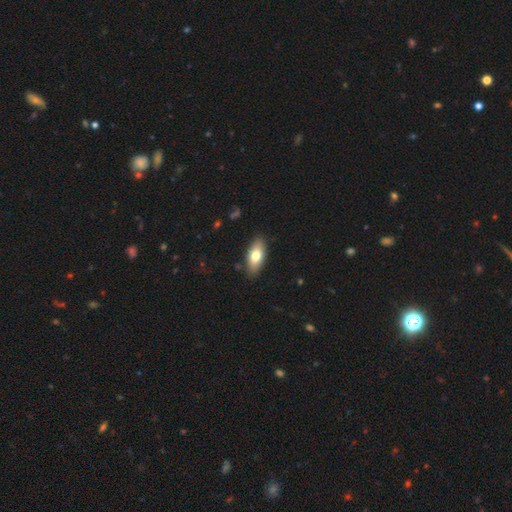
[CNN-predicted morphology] Overall: smooth (74%). How rounded: in between (86%). Merging: none (86%).